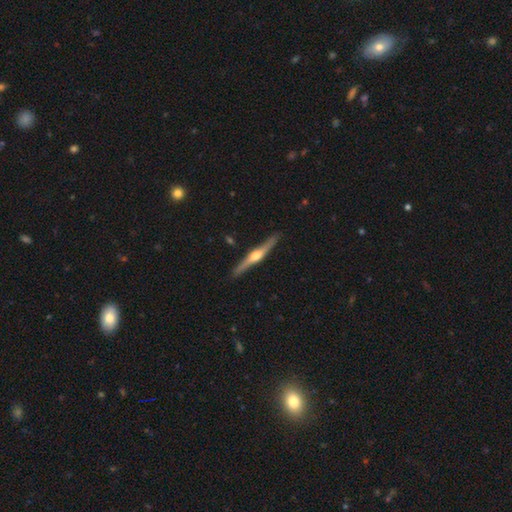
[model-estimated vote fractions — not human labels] smooth-or-featured: featured or disk: 77% | smooth: 18% | star or artifact: 5%
  disk-edge-on: yes: 98% | no: 2%
    edge-on-bulge: rounded: 94% | boxy: 3% | none: 3%
  merging: none: 89% | minor disturbance: 8% | major disturbance: 1% | merger: 1%